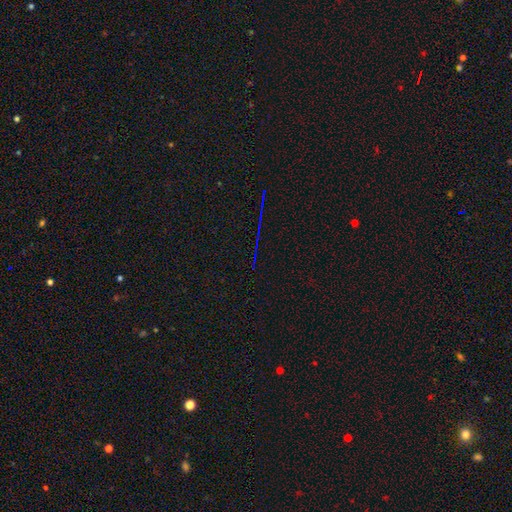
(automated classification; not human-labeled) A star or artifact, not a galaxy (82%).

Vote fractions:
- Smooth or featured? star or artifact: 82% / featured or disk: 10% / smooth: 9%